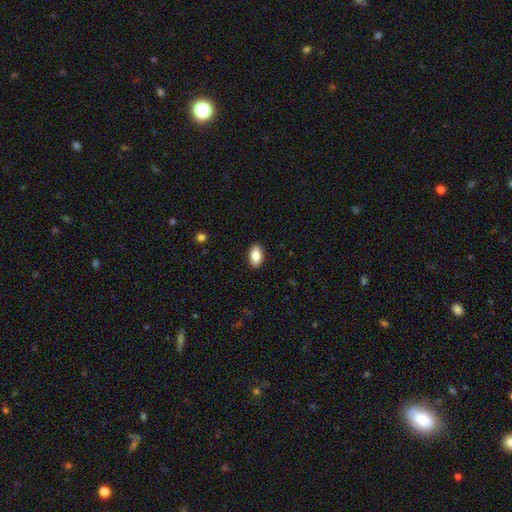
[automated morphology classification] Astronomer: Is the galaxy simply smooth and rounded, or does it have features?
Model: smooth — 84%.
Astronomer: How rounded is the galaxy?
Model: in between — 92%.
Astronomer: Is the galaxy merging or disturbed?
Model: none — 90%.